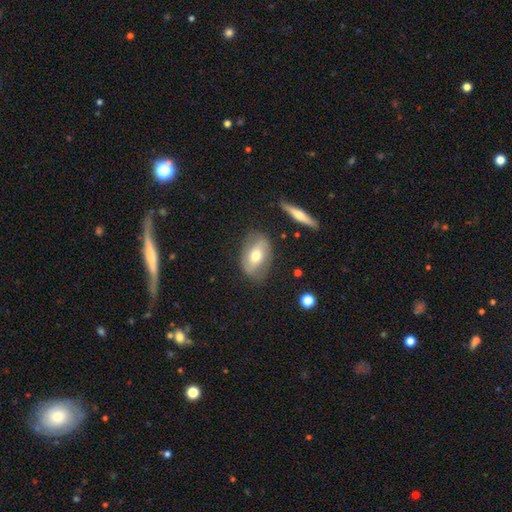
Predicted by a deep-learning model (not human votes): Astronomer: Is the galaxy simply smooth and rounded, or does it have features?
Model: smooth — 51% (runner-up: featured or disk, 43%).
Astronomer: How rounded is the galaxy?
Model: in between — 86%.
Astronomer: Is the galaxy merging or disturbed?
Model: none — 74%.